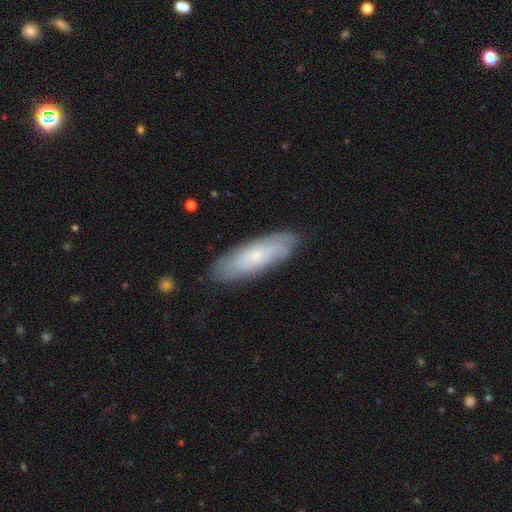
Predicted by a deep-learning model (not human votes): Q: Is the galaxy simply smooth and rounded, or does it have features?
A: smooth — 47%.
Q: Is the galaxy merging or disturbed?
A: none — 82%.